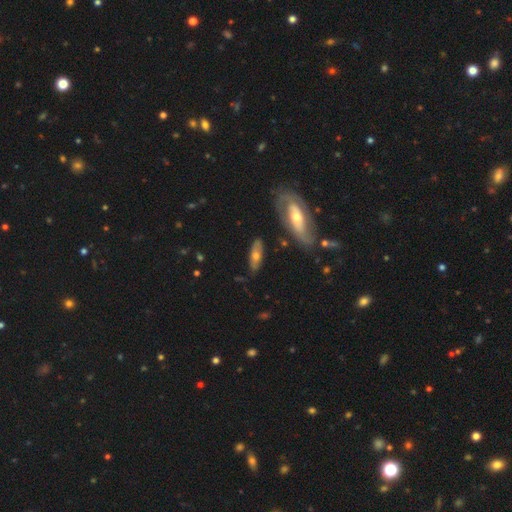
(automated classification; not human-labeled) smooth_or_featured: smooth (p=0.48) [alt: featured or disk p=0.45]
merging: none (p=0.76) [alt: minor disturbance p=0.16]